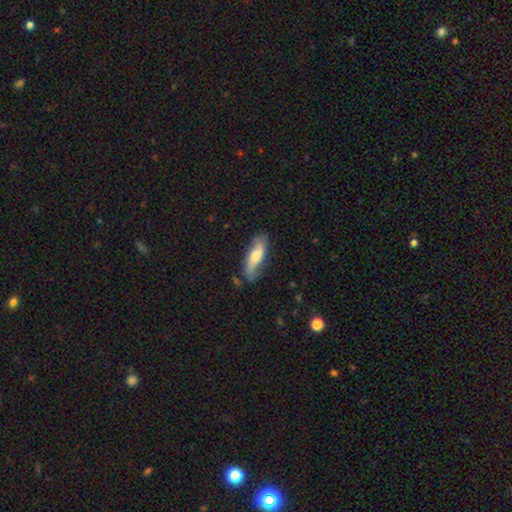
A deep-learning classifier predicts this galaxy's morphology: smooth_or_featured: featured or disk (p=0.51) [alt: smooth p=0.42]
disk_edge_on: no (p=0.69) [alt: yes p=0.31]
merging: none (p=0.71) [alt: minor disturbance p=0.21]